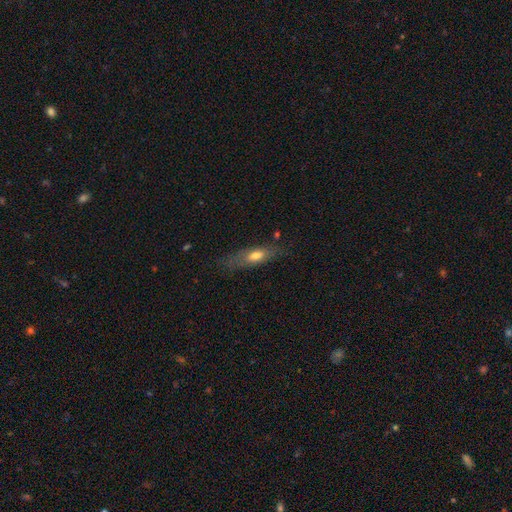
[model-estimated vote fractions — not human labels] Overall: smooth (62%; featured or disk 31%). How rounded: cigar-shaped (50%; in between 48%). Merging: none (70%).